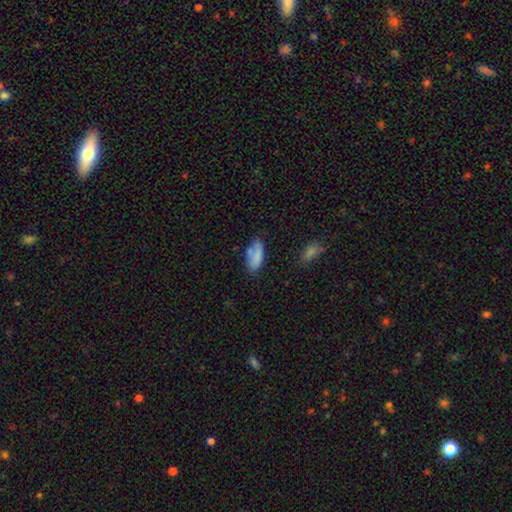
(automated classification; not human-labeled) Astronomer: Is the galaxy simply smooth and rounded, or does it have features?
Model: smooth — 79%.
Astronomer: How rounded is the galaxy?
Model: in between — 85%.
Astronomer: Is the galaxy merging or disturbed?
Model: none — 56%.